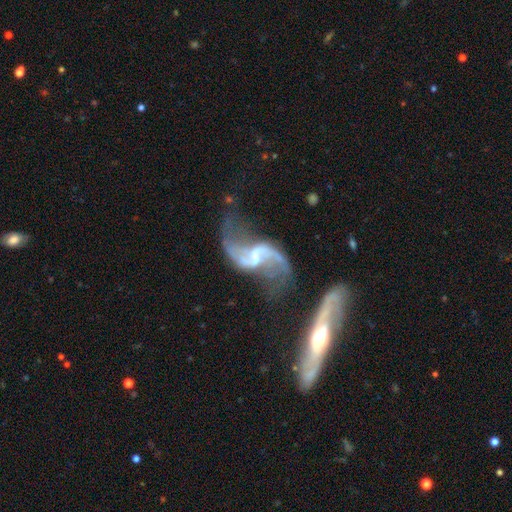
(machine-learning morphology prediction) A featured or disk galaxy (90%) with a weak bar (48%), 2 (93%) loose (87%) spiral arms (94%) and no central bulge (43%). Merging: none (46%).